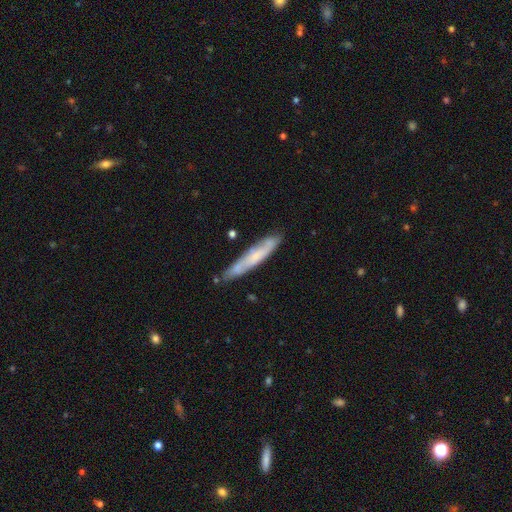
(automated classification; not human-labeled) This appears to be a smooth galaxy with no disk features (51%) that is cigar-shaped (91%). Merging: none (74%).